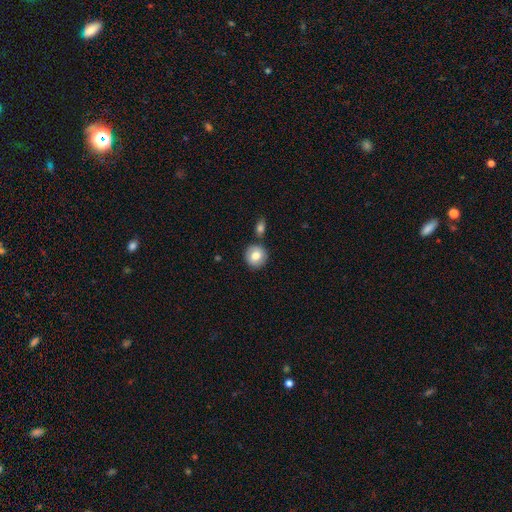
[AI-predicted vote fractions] Smooth or featured?
  - smooth: 78% *
  - featured or disk: 14%
  - star or artifact: 8%
How rounded?
  - round: 90% *
  - in between: 9%
  - cigar-shaped: 1%
Merging?
  - none: 80% *
  - minor disturbance: 9%
  - merger: 9%
  - major disturbance: 2%